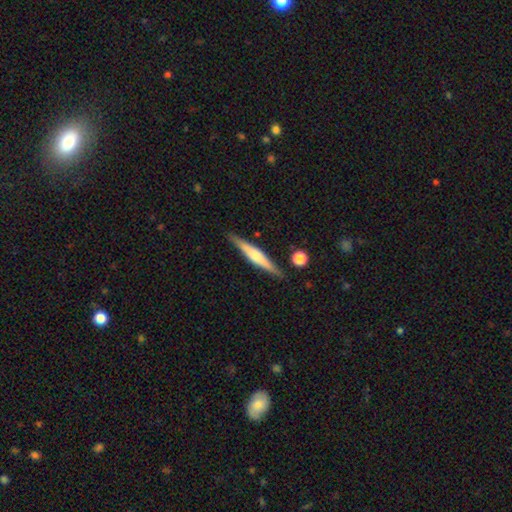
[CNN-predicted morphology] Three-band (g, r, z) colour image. It shows a featured or disk galaxy (60%) viewed edge-on (97%) with a rounded central bulge (70%). Merging: none (87%).